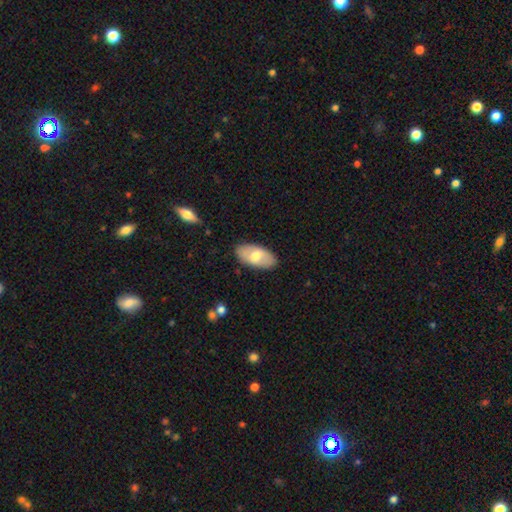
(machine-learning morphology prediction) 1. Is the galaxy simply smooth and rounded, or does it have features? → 62% smooth, 32% featured or disk, 6% star or artifact.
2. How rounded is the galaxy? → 94% in between, 3% cigar-shaped, 3% round.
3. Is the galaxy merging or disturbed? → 85% none, 11% minor disturbance, 3% major disturbance, 1% merger.